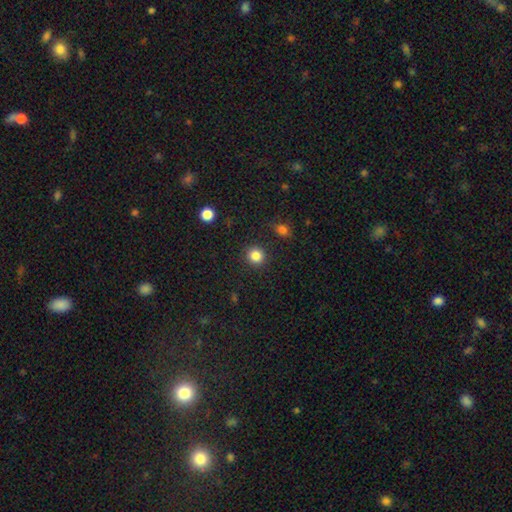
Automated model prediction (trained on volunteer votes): Smooth or featured? Predicted: smooth (p=0.85). How rounded? Predicted: round (p=0.90). Merging? Predicted: none (p=0.90).